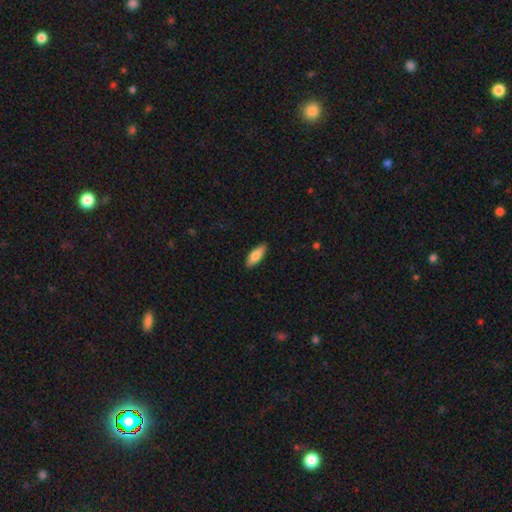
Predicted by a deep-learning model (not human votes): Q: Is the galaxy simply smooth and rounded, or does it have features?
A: smooth — 78%.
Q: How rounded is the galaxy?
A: in between — 66%.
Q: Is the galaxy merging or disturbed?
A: none — 88%.